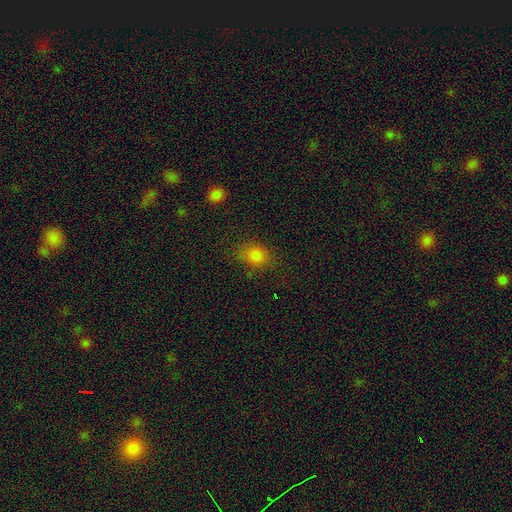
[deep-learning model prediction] Smooth or featured?
  - smooth: 81% *
  - star or artifact: 13%
  - featured or disk: 6%
How rounded?
  - in between: 61% *
  - round: 37%
  - cigar-shaped: 2%
Merging?
  - none: 74% *
  - minor disturbance: 18%
  - major disturbance: 6%
  - merger: 2%